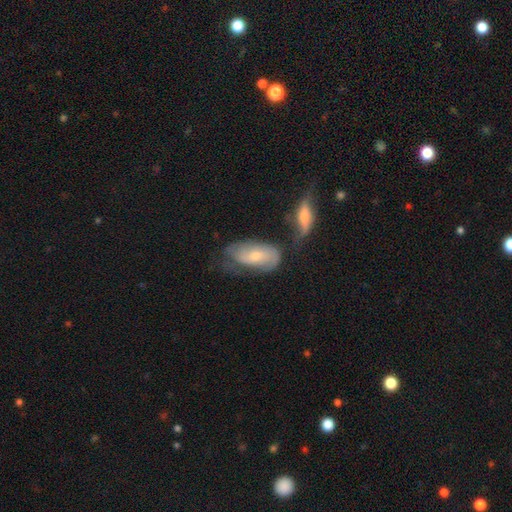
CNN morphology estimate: This is possibly a featured or disk galaxy (49%). Merging: marginally none (41%).